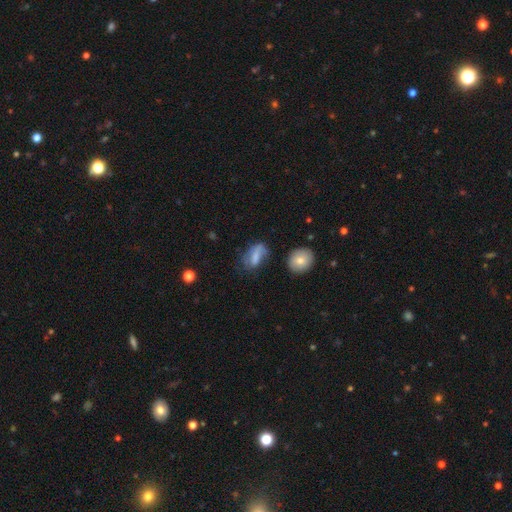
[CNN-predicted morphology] Smooth or featured: smooth — 60% (featured or disk — 29%)
How rounded: in between — 82% (round — 9%)
Merging: none — 43% (minor disturbance — 29%)